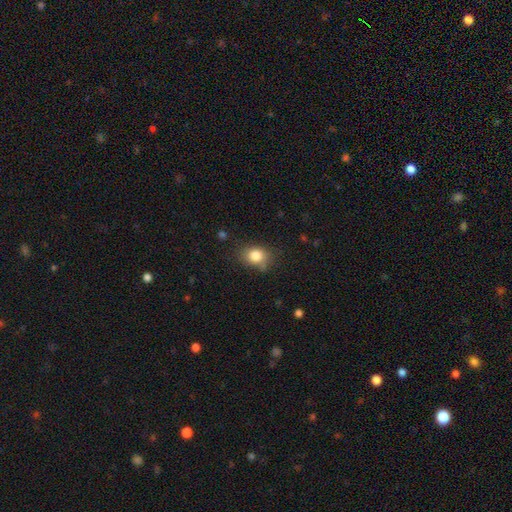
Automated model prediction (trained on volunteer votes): The model was most divided on "how rounded": in between: 54%, round: 45%, cigar-shaped: 1%. More confident: smooth or featured — smooth (82%); merging — none (72%).